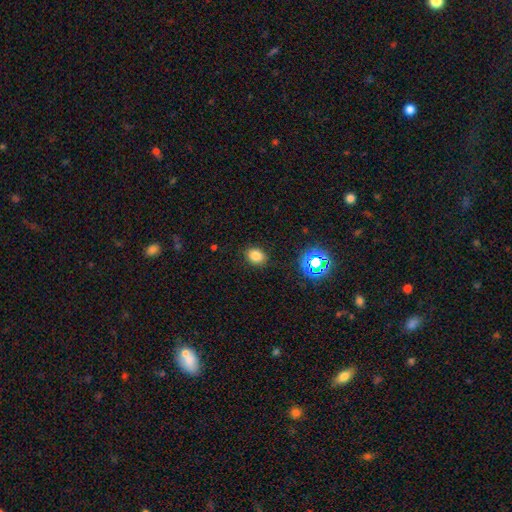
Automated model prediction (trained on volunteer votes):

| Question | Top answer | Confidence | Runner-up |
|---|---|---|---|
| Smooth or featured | smooth | 79% | star or artifact (16%) |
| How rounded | in between | 50% | round (49%) |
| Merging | none | 87% | minor disturbance (9%) |